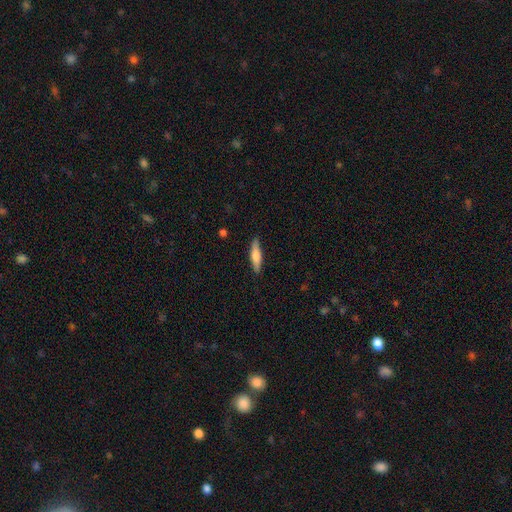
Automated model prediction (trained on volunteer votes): This appears to be a smooth galaxy with no disk features (68%) that is cigar-shaped (74%). Merging: none (87%).